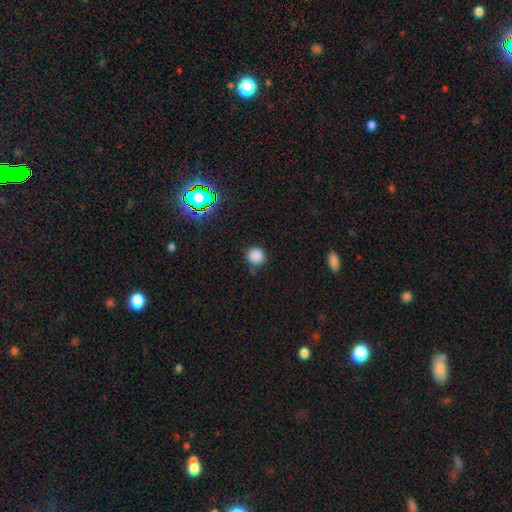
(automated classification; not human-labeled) smooth_or_featured: smooth (p=0.83) [alt: star or artifact p=0.13]
how_rounded: round (p=0.94) [alt: in between p=0.05]
merging: none (p=0.78) [alt: minor disturbance p=0.14]